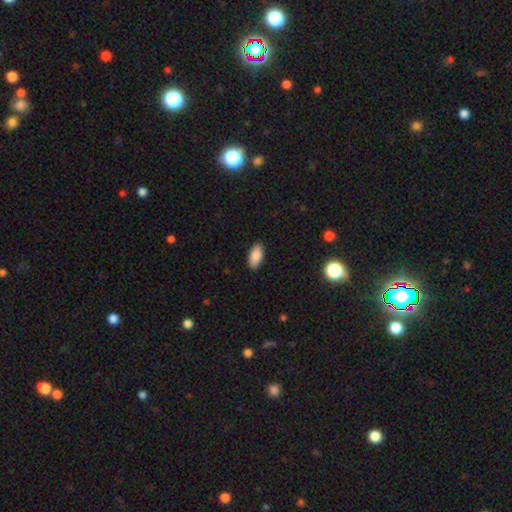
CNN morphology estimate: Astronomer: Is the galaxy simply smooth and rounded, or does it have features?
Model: smooth — 88%.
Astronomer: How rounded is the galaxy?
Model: in between — 91%.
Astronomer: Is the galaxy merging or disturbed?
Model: none — 89%.